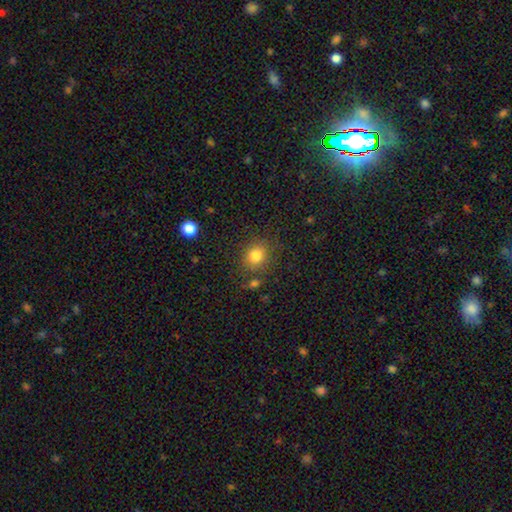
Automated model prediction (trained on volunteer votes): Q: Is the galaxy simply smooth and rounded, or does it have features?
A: smooth — 81%.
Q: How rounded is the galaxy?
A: round — 70%.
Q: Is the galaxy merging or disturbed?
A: none — 79%.